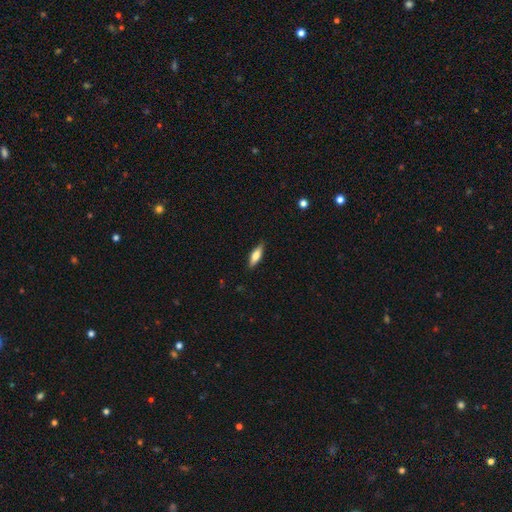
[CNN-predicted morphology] This appears to be a smooth galaxy with no disk features (67%) that is in between round and cigar-shaped (53%). Merging: none (87%).